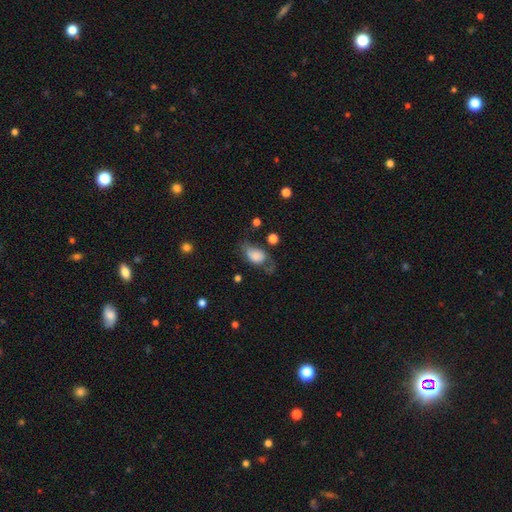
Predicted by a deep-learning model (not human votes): The model was most divided on "merging": none: 37%, minor disturbance: 31%, major disturbance: 28%, merger: 4%. More confident: how rounded — in between (82%); smooth or featured — smooth (67%).